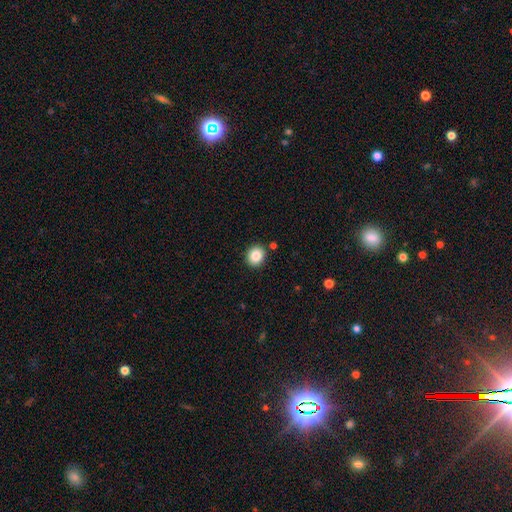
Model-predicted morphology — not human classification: smooth-or-featured: smooth: 85% | star or artifact: 9% | featured or disk: 6%
  how-rounded: round: 71% | in between: 28% | cigar-shaped: 1%
  merging: none: 89% | minor disturbance: 7% | merger: 3% | major disturbance: 2%